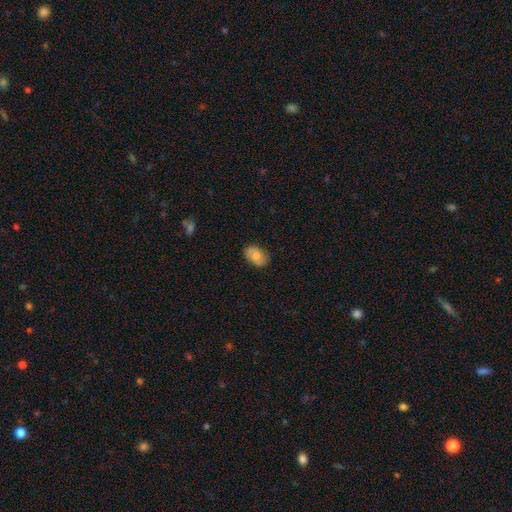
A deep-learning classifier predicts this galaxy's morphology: smooth 67%, featured or disk 26%, star or artifact 7%. Down the decision tree: how rounded — in between (88%); merging — none (82%).